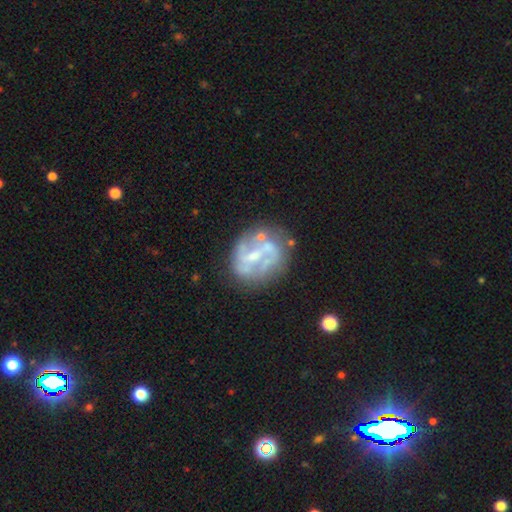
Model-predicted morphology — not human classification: This appears to be a featured or disk galaxy (77%) with a weak bar (43%), spiral arms (65%) and a small central bulge (51%). Merging: none (60%).